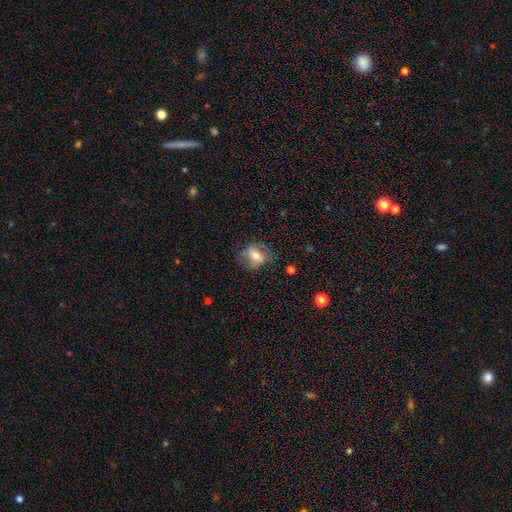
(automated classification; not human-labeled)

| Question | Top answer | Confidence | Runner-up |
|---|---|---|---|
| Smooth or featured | smooth | 50% | featured or disk (41%) |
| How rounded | in between | 59% | round (38%) |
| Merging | none | 66% | minor disturbance (21%) |